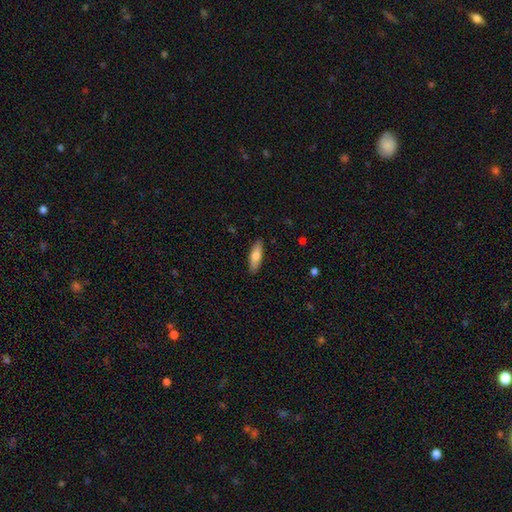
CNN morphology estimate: The model was most divided on "how rounded": in between: 52%, cigar-shaped: 46%, round: 2%. More confident: merging — none (88%); smooth or featured — smooth (75%).